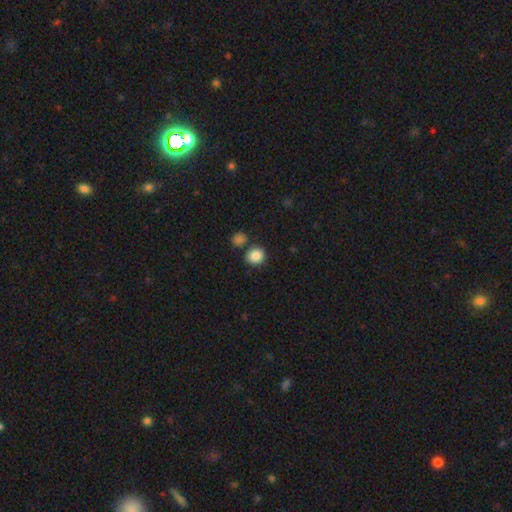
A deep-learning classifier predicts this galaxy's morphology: smooth_or_featured: smooth (p=0.87) [alt: star or artifact p=0.09]
how_rounded: round (p=0.83) [alt: in between p=0.16]
merging: none (p=0.77) [alt: merger p=0.11]